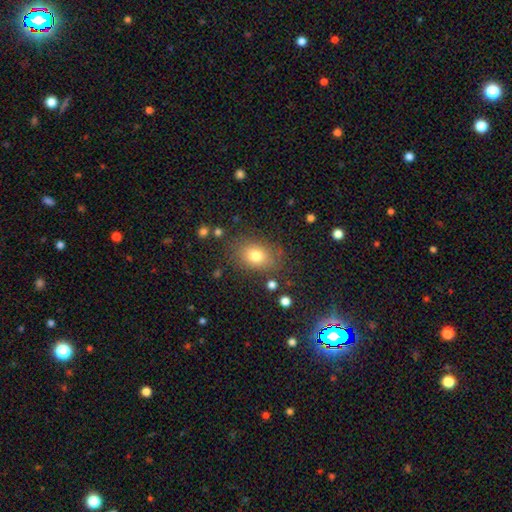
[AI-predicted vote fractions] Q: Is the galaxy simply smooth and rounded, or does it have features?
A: smooth — 77%.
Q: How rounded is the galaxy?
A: in between — 67%.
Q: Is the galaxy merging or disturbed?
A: none — 78%.